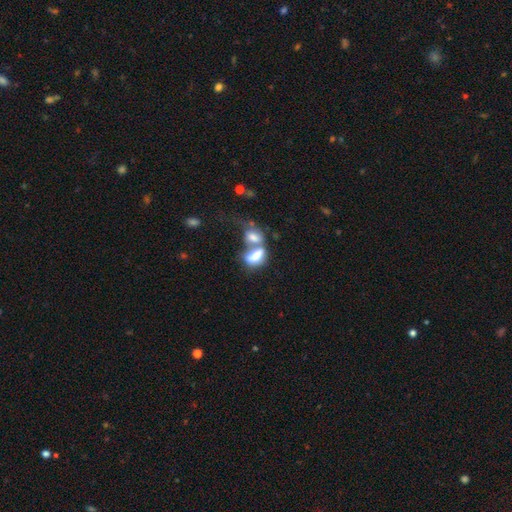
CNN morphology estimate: Smooth or featured? smooth (67%)
How rounded? in between (85%)
Merging? merger (69%)